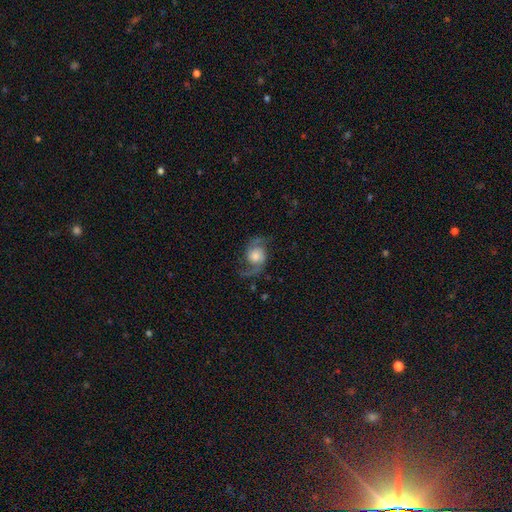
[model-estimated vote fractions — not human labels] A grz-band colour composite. It shows a featured or disk galaxy (83%) with no bar (69%), 2 (93%) loose (56%) spiral arms (96%) and a moderate central bulge (37%). Merging: none (74%).